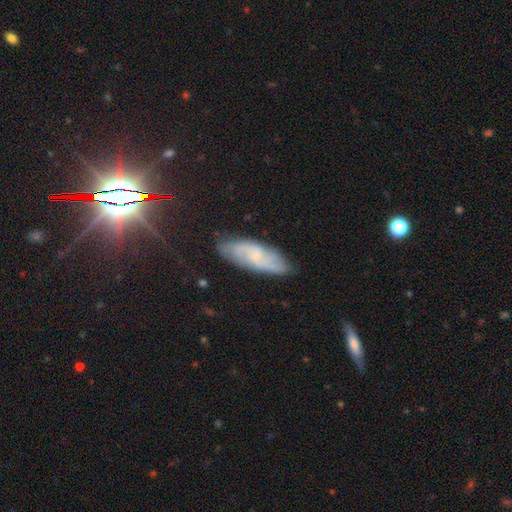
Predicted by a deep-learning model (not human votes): A featured or disk galaxy (60%) with no bar (60%), spiral arms (88%) and a small central bulge (66%). Merging: none (76%).